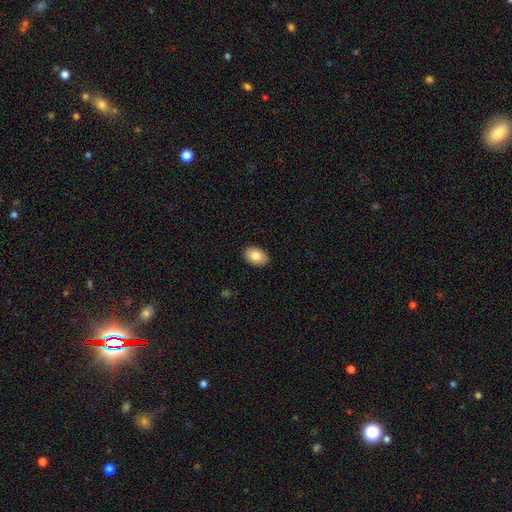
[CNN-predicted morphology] The model was most divided on "smooth or featured": smooth: 82%, featured or disk: 11%, star or artifact: 7%. More confident: merging — none (90%); how rounded — in between (88%).